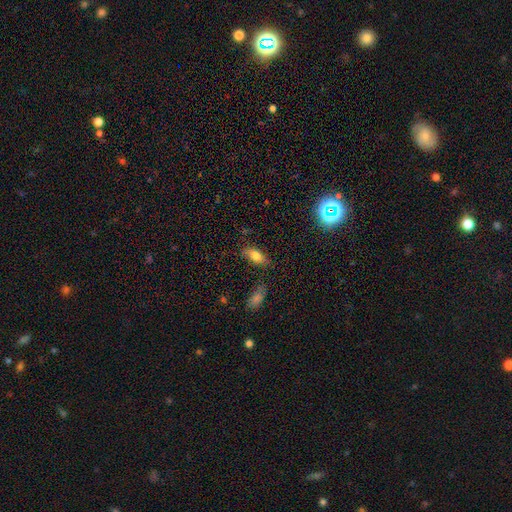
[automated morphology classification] smooth 76%, featured or disk 14%, star or artifact 10%. Down the decision tree: how rounded — in between (84%); merging — none (78%).